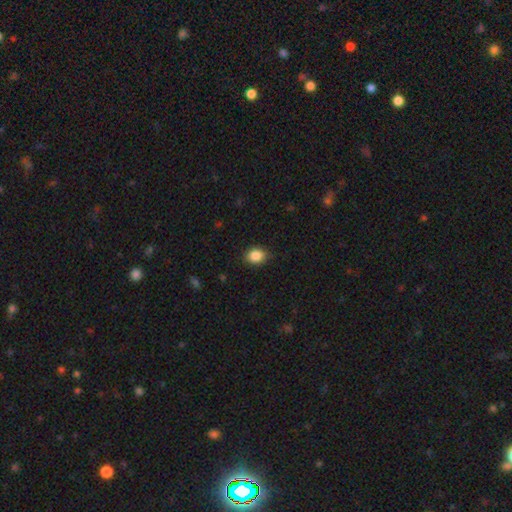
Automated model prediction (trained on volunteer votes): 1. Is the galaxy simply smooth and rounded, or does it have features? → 87% smooth, 9% star or artifact, 4% featured or disk.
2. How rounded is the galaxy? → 54% in between, 45% round, 1% cigar-shaped.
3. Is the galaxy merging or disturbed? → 84% none, 12% minor disturbance, 2% major disturbance, 1% merger.